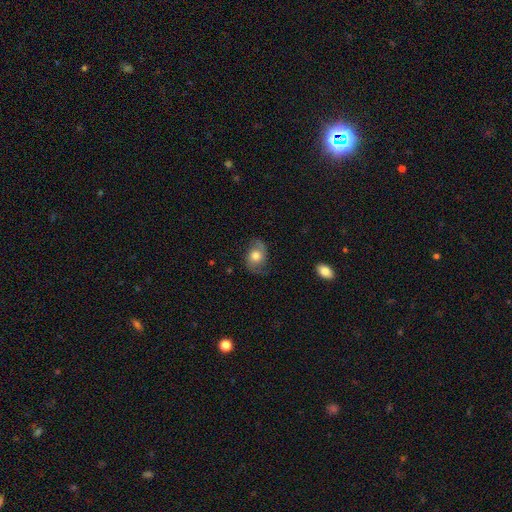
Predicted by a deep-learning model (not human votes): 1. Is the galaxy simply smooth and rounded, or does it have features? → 52% smooth, 40% featured or disk, 8% star or artifact.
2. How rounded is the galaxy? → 65% in between, 34% round, 1% cigar-shaped.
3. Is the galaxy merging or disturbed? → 67% none, 23% minor disturbance, 9% major disturbance, 1% merger.